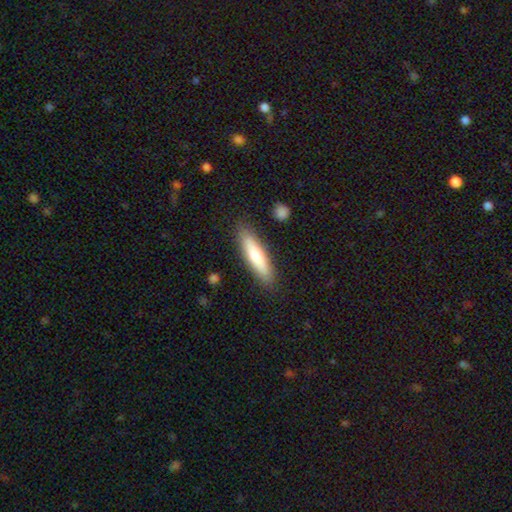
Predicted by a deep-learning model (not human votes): This is likely a smooth galaxy (69%). How rounded: likely cigar-shaped (77%). Merging: clearly none (88%).